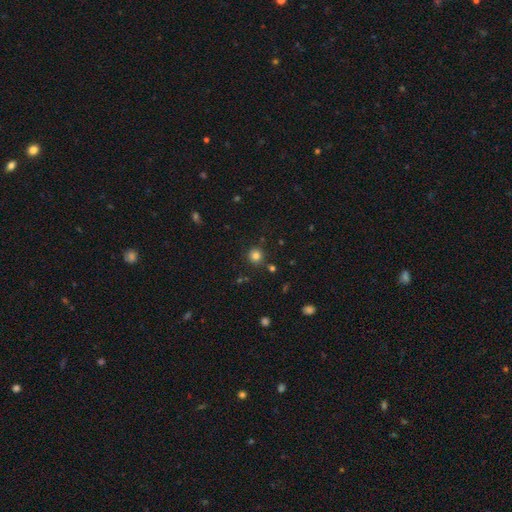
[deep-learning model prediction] Morphology: type=smooth (80%); roundness=round (93%); merging=none (85%).